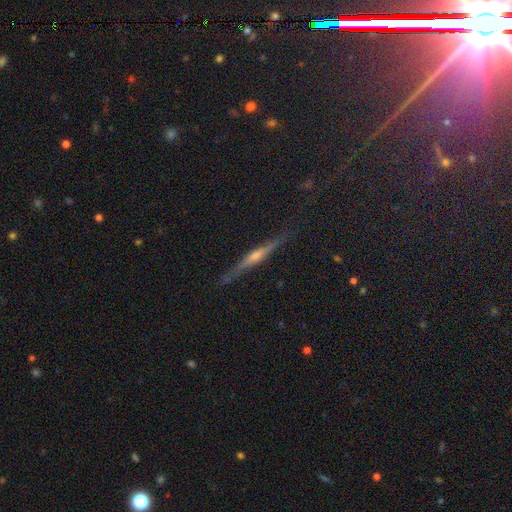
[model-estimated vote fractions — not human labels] A featured or disk galaxy (74%) viewed edge-on (97%) with a rounded central bulge (75%). Merging: none (86%).